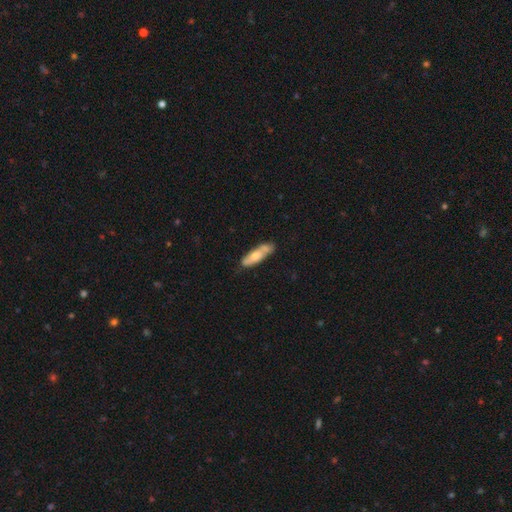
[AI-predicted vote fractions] The model was most divided on "how rounded": cigar-shaped: 53%, in between: 45%, round: 2%. More confident: merging — none (58%); smooth or featured — smooth (58%).